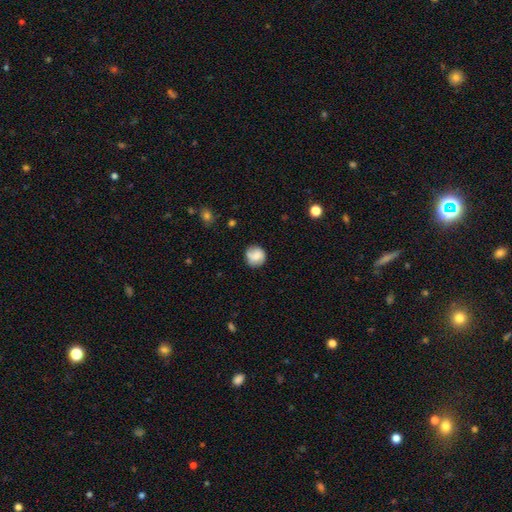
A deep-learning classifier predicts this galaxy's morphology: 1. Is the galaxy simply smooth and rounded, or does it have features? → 71% smooth, 21% featured or disk, 8% star or artifact.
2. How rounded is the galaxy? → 89% round, 10% in between, 1% cigar-shaped.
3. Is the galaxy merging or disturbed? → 74% none, 18% minor disturbance, 5% major disturbance, 3% merger.